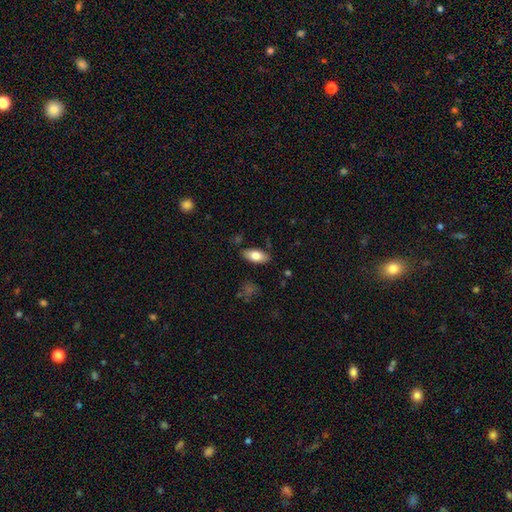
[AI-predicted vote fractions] Smooth or featured? smooth (76%)
How rounded? in between (88%)
Merging? none (83%)